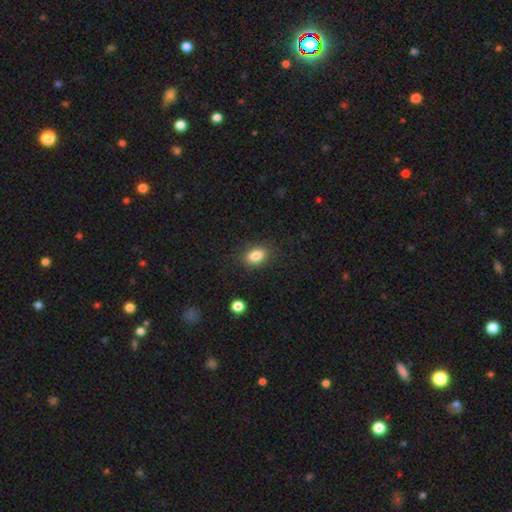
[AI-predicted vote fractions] smooth-or-featured: smooth: 84% | star or artifact: 9% | featured or disk: 6%
  how-rounded: in between: 81% | round: 16% | cigar-shaped: 2%
  merging: none: 86% | minor disturbance: 10% | major disturbance: 3% | merger: 1%